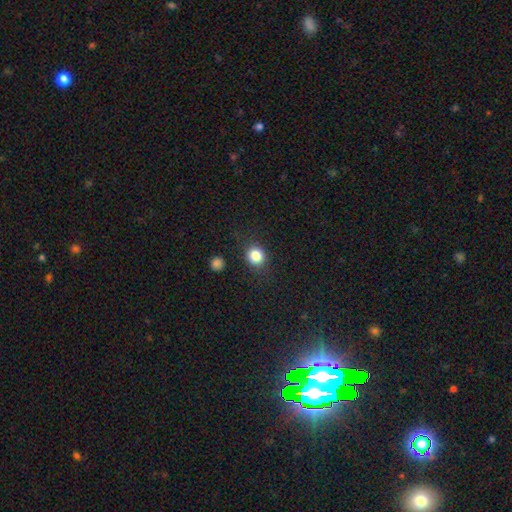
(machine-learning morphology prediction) smooth_or_featured: smooth (p=0.84) [alt: star or artifact p=0.11]
how_rounded: round (p=0.86) [alt: in between p=0.13]
merging: none (p=0.86) [alt: minor disturbance p=0.08]